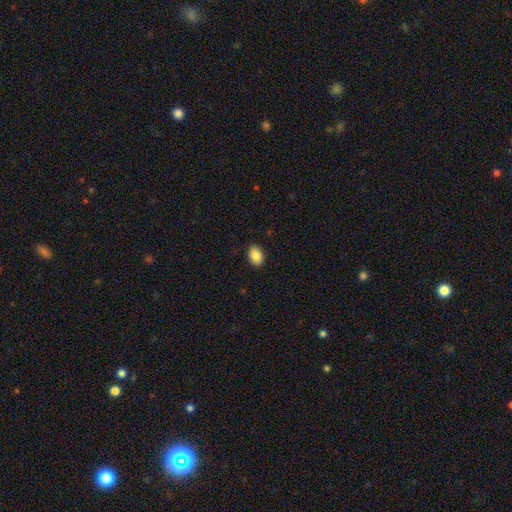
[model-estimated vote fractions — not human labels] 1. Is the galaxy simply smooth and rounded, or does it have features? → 87% smooth, 8% star or artifact, 5% featured or disk.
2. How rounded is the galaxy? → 78% in between, 21% round, 1% cigar-shaped.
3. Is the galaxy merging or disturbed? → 89% none, 8% minor disturbance, 2% major disturbance, 1% merger.